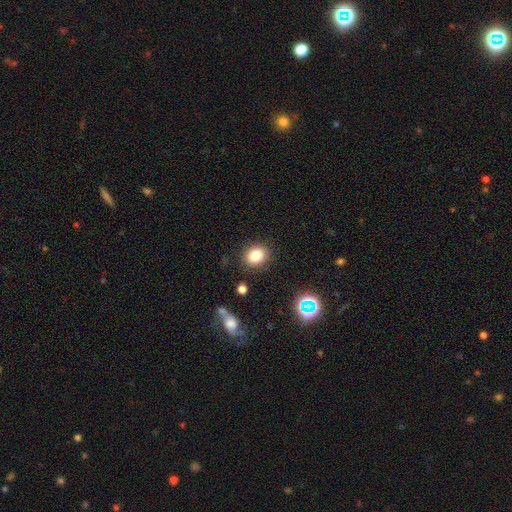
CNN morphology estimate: A smooth galaxy with no disk features (83%) that is round (57%). Merging: none (85%).